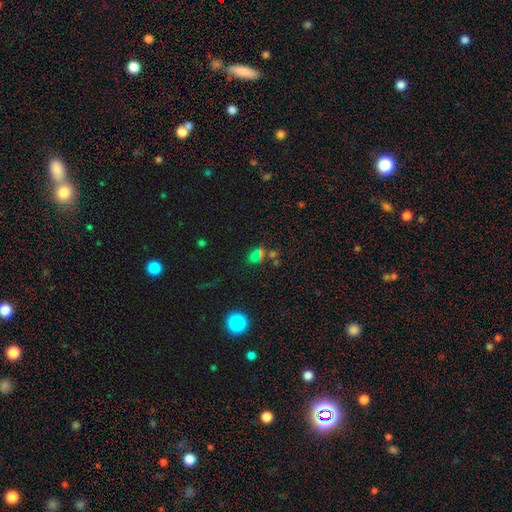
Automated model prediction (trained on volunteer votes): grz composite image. It shows a star or artifact, not a galaxy (48%).